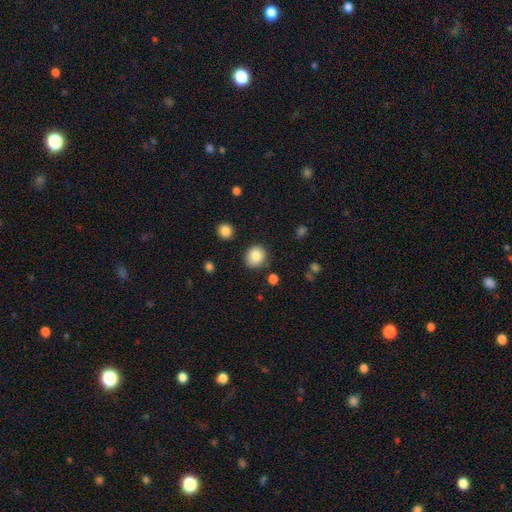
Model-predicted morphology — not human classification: This appears to be a smooth galaxy with no disk features (84%) that is round (82%). Merging: none (85%).